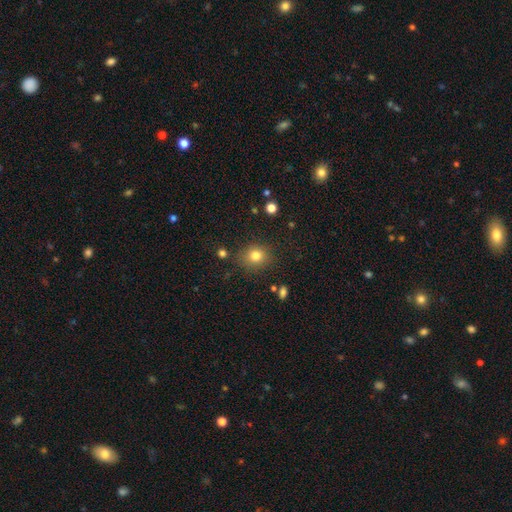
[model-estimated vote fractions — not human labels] smooth-or-featured: smooth: 80% | star or artifact: 12% | featured or disk: 8%
  how-rounded: round: 76% | in between: 23% | cigar-shaped: 1%
  merging: none: 83% | minor disturbance: 11% | major disturbance: 4% | merger: 3%